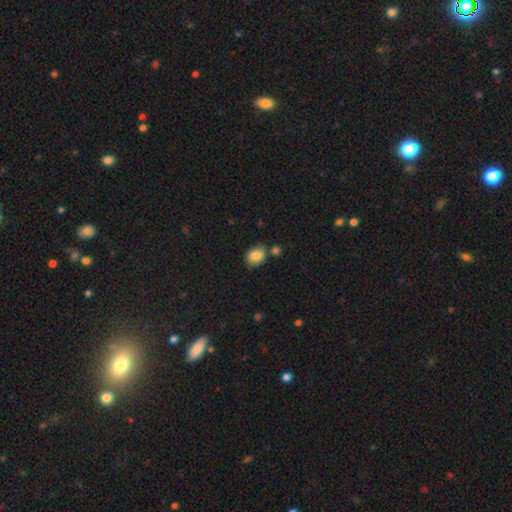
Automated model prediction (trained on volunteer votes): Q: Smooth or featured?
A: smooth (84%); runner-up: star or artifact (8%)
Q: How rounded?
A: in between (69%); runner-up: round (30%)
Q: Merging?
A: none (65%); runner-up: minor disturbance (18%)